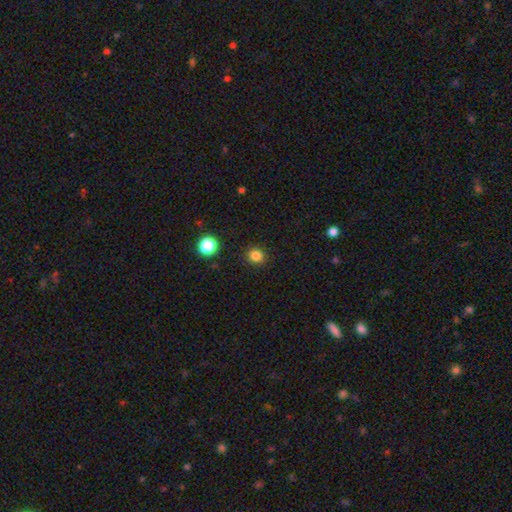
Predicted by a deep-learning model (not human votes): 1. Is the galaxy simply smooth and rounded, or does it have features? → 83% smooth, 13% star or artifact, 4% featured or disk.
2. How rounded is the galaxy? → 87% round, 12% in between, 1% cigar-shaped.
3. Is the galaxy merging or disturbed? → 91% none, 6% minor disturbance, 2% major disturbance, 1% merger.